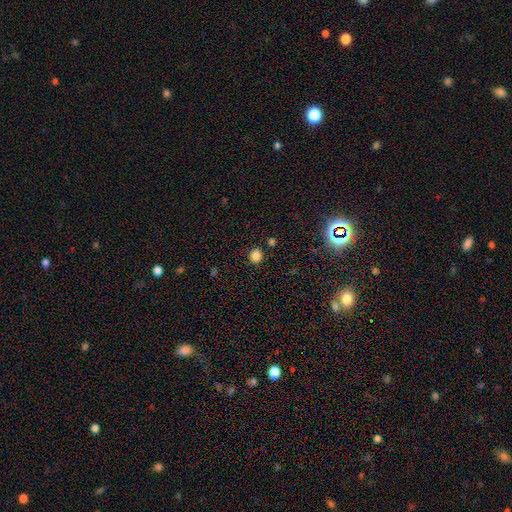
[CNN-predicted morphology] smooth_or_featured: smooth (p=0.82) [alt: star or artifact p=0.14]
how_rounded: round (p=0.86) [alt: in between p=0.13]
merging: none (p=0.87) [alt: minor disturbance p=0.07]